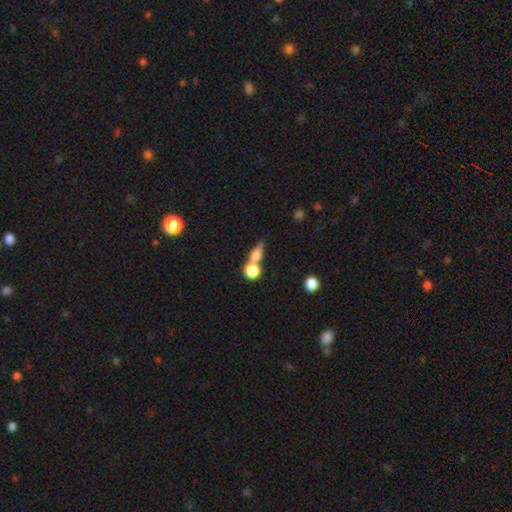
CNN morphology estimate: Smooth or featured: smooth — 73% (featured or disk — 15%)
How rounded: round — 45% (in between — 39%)
Merging: merger — 50% (none — 35%)